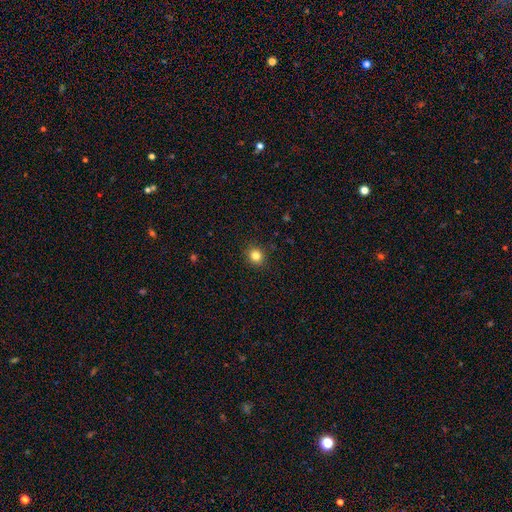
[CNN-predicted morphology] type=smooth (83%); roundness=round (80%); merging=none (91%).